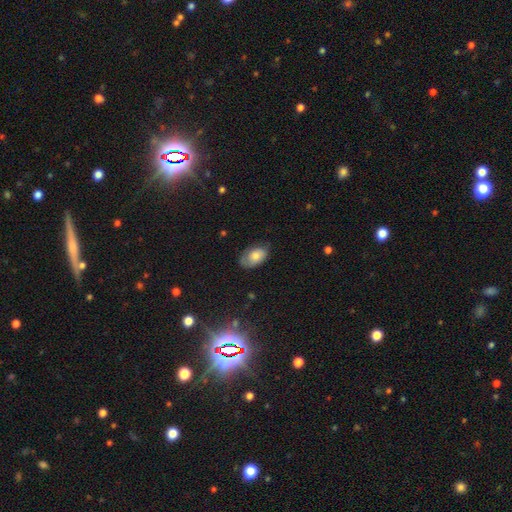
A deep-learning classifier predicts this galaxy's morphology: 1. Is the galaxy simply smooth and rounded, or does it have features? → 72% smooth, 20% featured or disk, 8% star or artifact.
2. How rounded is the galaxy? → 92% in between, 7% round, 1% cigar-shaped.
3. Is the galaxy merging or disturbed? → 65% none, 27% minor disturbance, 7% major disturbance, 1% merger.